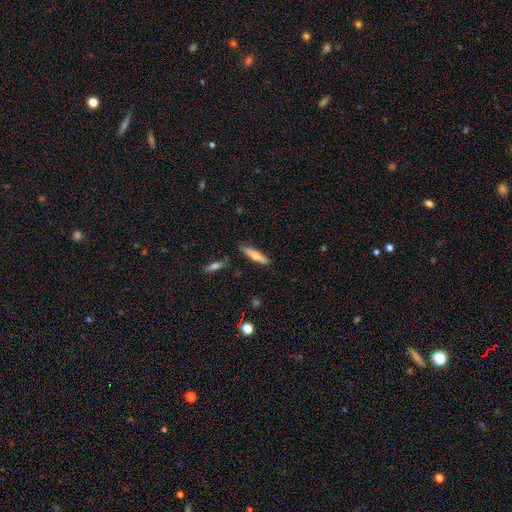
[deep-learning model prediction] Q: Smooth or featured?
A: smooth (67%); runner-up: featured or disk (27%)
Q: How rounded?
A: cigar-shaped (82%); runner-up: in between (16%)
Q: Merging?
A: none (85%); runner-up: minor disturbance (10%)